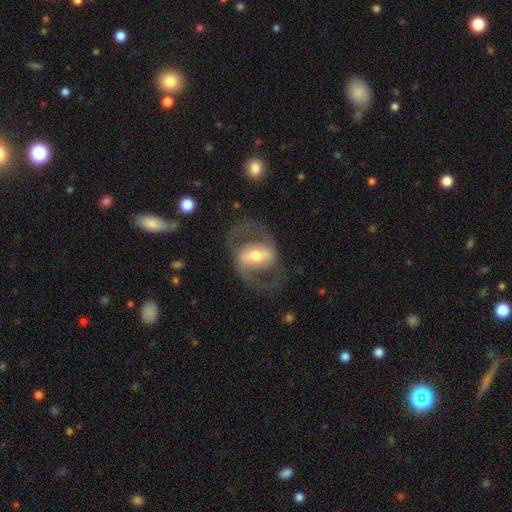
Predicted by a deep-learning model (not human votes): A featured or disk galaxy (80%) with a strong bar (51%), 2 (88%) medium (56%) spiral arms (78%) and a moderate central bulge (61%).

Vote fractions:
- Smooth or featured? featured or disk: 80% / smooth: 15% / star or artifact: 5%
- Edge-on disk? no: 95% / yes: 5%
- Bar? strong: 51% / weak: 34% / no: 15%
- Spiral arms? yes: 78% / no: 22%
- Spiral winding? medium: 56% / loose: 26% / tight: 18%
- Spiral arm count? 2: 88% / can't tell: 7% / 1: 3% / 3: 1% / 4: 1% / more than 4: 1%
- Bulge size? moderate: 61% / small: 26% / large: 10% / dominant: 1% / none: 1%
- Merging? none: 69% / major disturbance: 16% / minor disturbance: 13% / merger: 2%